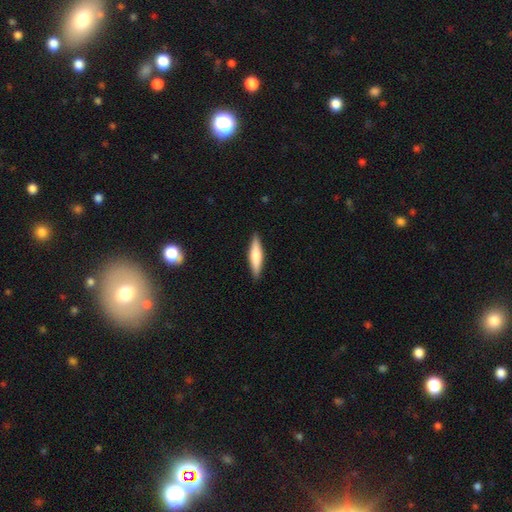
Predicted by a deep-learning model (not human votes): Smooth or featured? Predicted: smooth (p=0.60). How rounded? Predicted: cigar-shaped (p=0.79). Merging? Predicted: none (p=0.90).